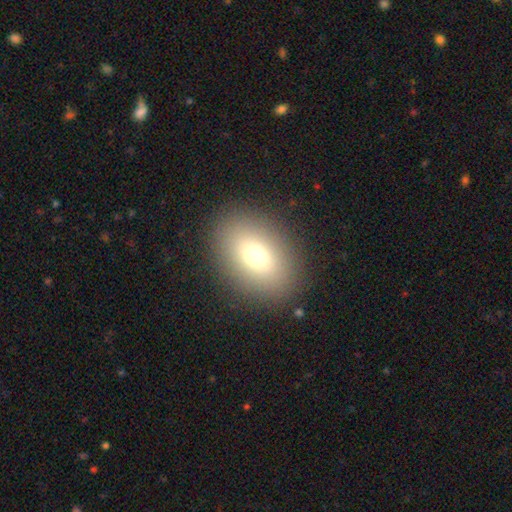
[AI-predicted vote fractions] Overall: smooth (74%). How rounded: in between (78%). Merging: none (88%).